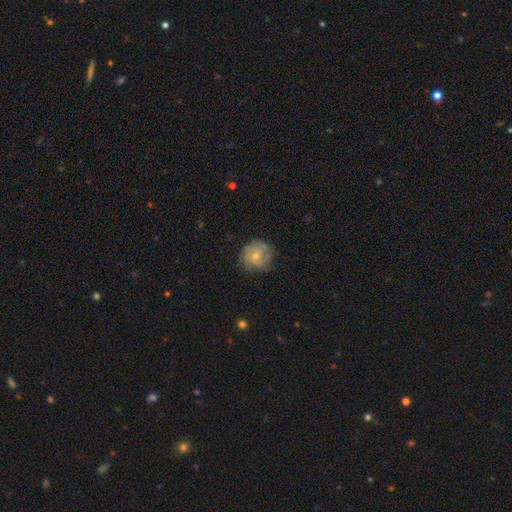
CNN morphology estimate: smooth-or-featured: featured or disk: 49% | smooth: 43% | star or artifact: 8%
  merging: none: 72% | minor disturbance: 19% | major disturbance: 7% | merger: 1%